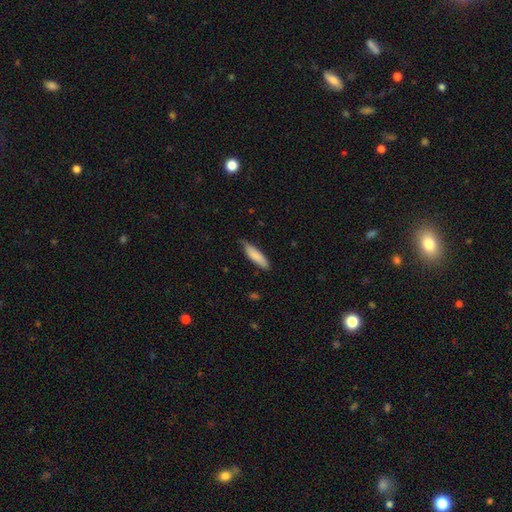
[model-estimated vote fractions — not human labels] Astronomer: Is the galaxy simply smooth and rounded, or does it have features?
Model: smooth — 84%.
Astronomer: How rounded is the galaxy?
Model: cigar-shaped — 67%.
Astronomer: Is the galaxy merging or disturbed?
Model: none — 70%.